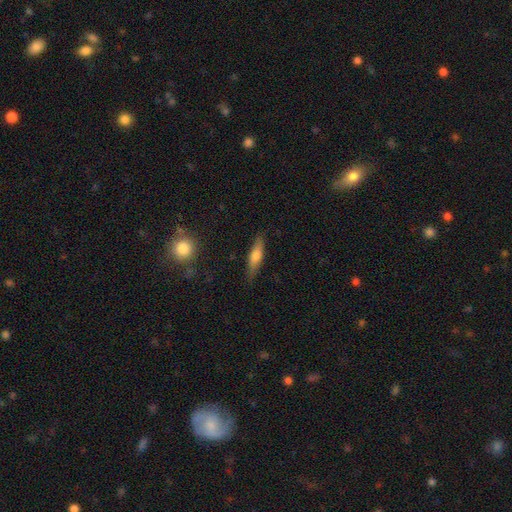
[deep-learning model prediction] smooth 65%, featured or disk 29%, star or artifact 7%. Down the decision tree: how rounded — cigar-shaped (69%); merging — none (82%).